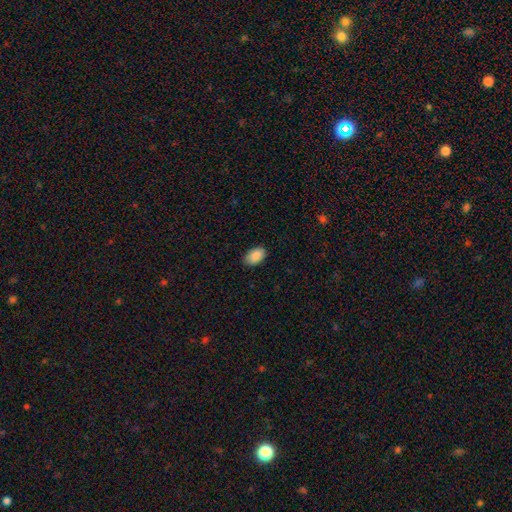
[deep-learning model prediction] The model was most divided on "merging": none: 85%, minor disturbance: 12%, major disturbance: 2%, merger: 1%. More confident: how rounded — in between (93%); smooth or featured — smooth (89%).